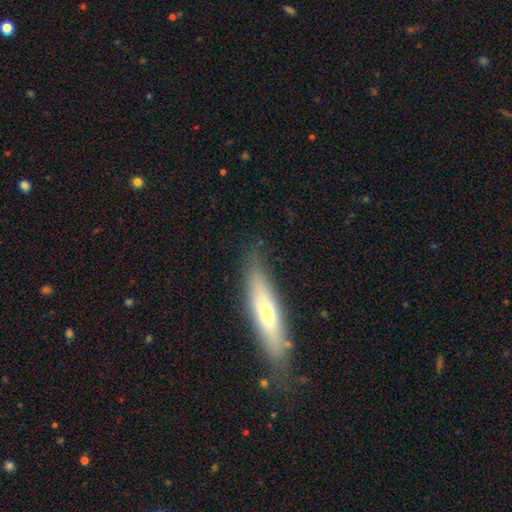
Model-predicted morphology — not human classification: Smooth or featured: smooth — 57% (featured or disk — 35%)
How rounded: cigar-shaped — 83% (in between — 16%)
Merging: none — 81% (minor disturbance — 14%)